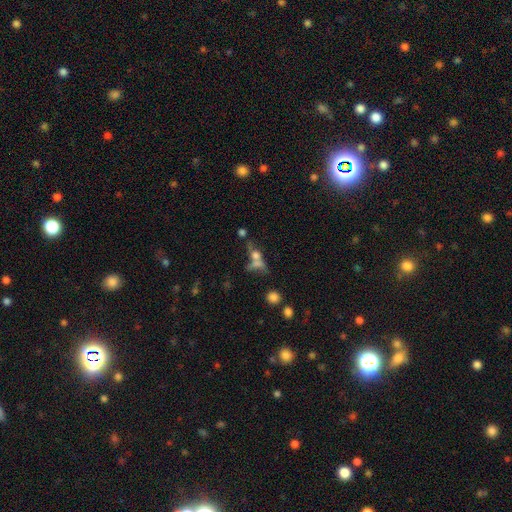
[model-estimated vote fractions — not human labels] This appears to be a smooth galaxy with no disk features (46%). Merging: merger (44%).